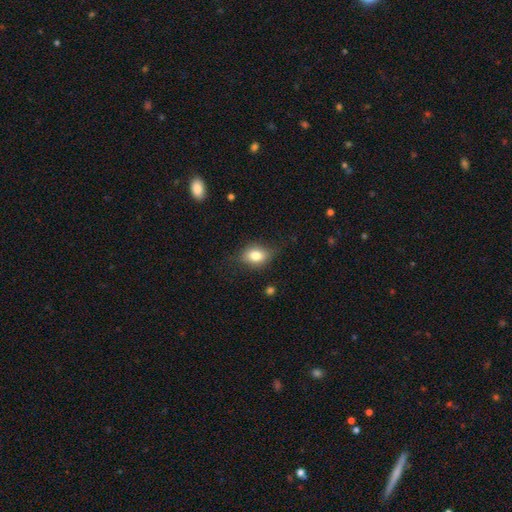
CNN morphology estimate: This appears to be a smooth galaxy with no disk features (78%) that is in between round and cigar-shaped (64%). Merging: none (69%).